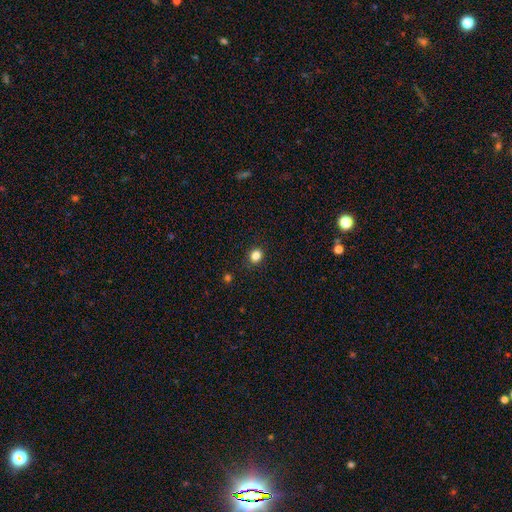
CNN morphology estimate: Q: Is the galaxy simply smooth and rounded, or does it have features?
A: smooth — 83%.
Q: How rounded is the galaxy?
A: round — 74%.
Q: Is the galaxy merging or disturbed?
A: none — 90%.